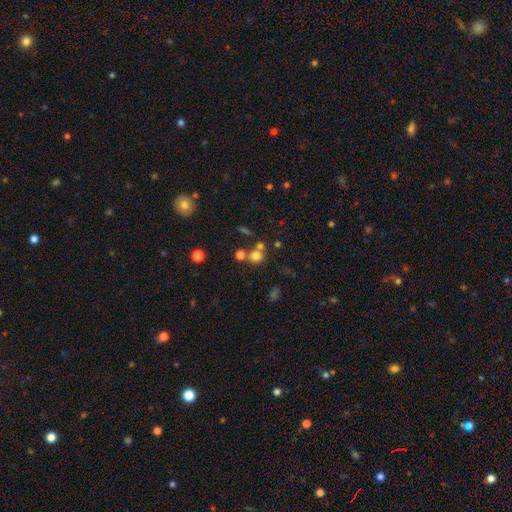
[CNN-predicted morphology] smooth 73%, star or artifact 17%, featured or disk 10%. Down the decision tree: how rounded — round (85%); merging — none (56%).